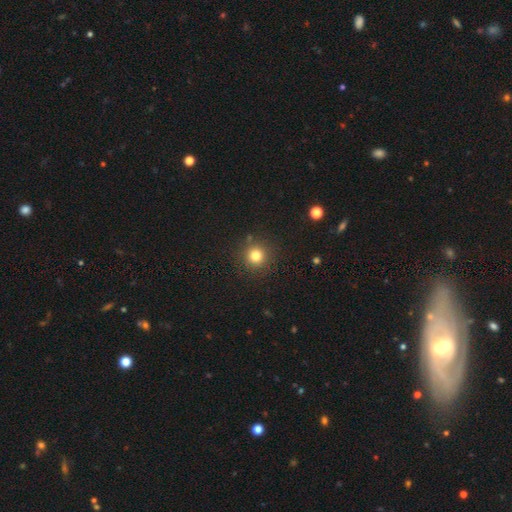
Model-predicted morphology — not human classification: Smooth or featured? smooth (80%)
How rounded? round (94%)
Merging? none (87%)